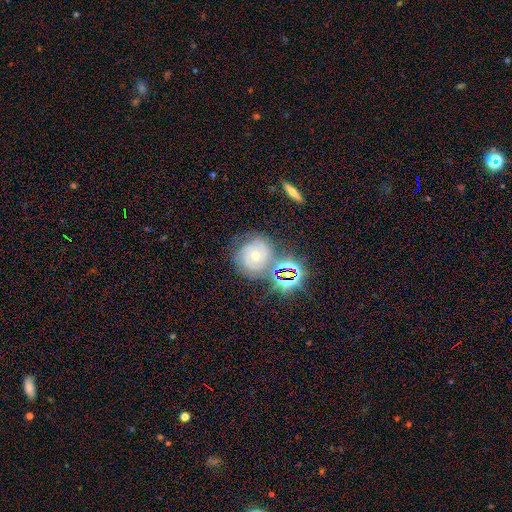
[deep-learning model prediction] Morphology: type=featured or disk (67%); edge-on=no (97%); bar=no (75%); spiral arms=yes (91%); winding=tight (68%); arm count=2 (41%); bulge=moderate (50%); merging=none (65%).